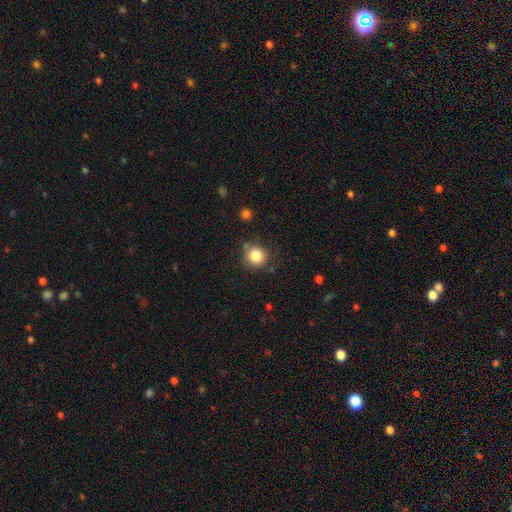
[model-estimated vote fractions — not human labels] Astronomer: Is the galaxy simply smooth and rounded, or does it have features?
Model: smooth — 83%.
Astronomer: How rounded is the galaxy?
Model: round — 91%.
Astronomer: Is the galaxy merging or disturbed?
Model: none — 80%.